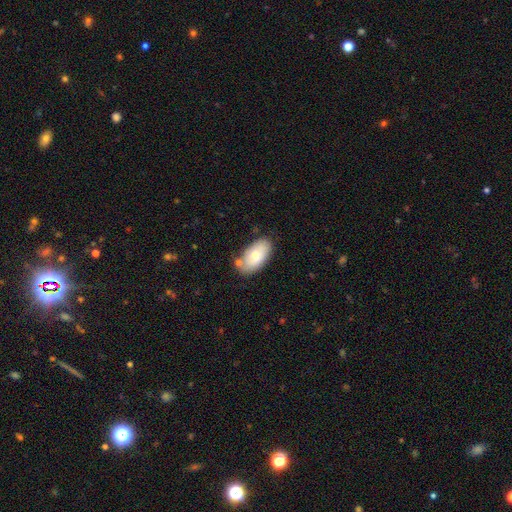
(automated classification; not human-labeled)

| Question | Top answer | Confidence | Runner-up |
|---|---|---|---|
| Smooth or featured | smooth | 73% | featured or disk (20%) |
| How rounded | in between | 95% | round (3%) |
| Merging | none | 68% | minor disturbance (18%) |